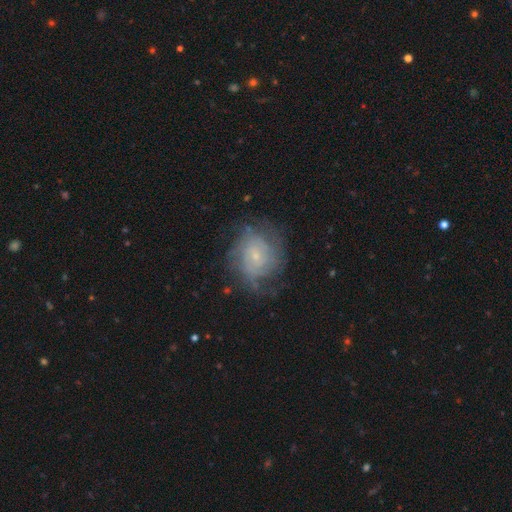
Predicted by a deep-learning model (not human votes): Smooth or featured?
  - featured or disk: 68% *
  - smooth: 23%
  - star or artifact: 9%
Edge-on disk?
  - no: 97% *
  - yes: 3%
Bar?
  - no: 67% *
  - weak: 29%
  - strong: 5%
Spiral arms?
  - yes: 86% *
  - no: 14%
Spiral winding?
  - tight: 57% *
  - medium: 31%
  - loose: 12%
Spiral arm count?
  - can't tell: 51% *
  - 2: 18%
  - 3: 12%
  - 4: 9%
  - more than 4: 5%
  - 1: 5%
Bulge size?
  - small: 75% *
  - moderate: 16%
  - none: 5%
  - large: 2%
  - dominant: 1%
Merging?
  - none: 66% *
  - minor disturbance: 19%
  - major disturbance: 13%
  - merger: 1%